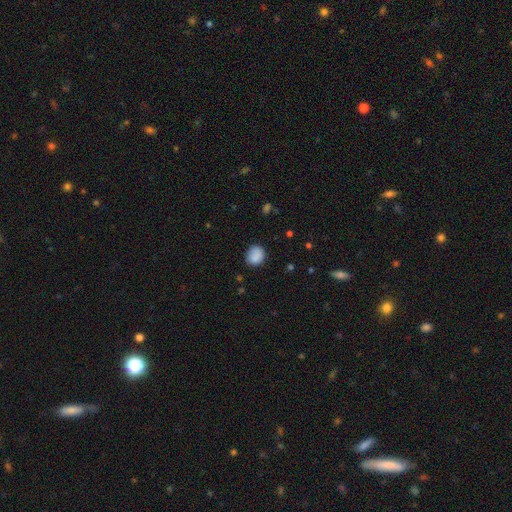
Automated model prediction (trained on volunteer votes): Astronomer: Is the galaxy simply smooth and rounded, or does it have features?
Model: smooth — 85%.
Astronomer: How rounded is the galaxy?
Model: round — 79%.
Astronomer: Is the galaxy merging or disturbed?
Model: none — 78%.